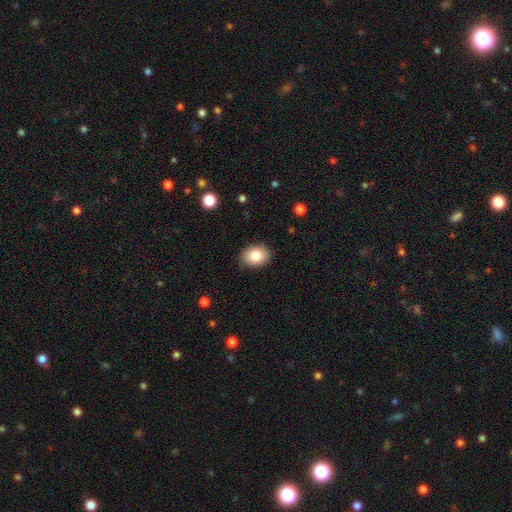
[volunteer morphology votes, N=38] type=smooth (92%); roundness=in between (63%); merging=none (86%).